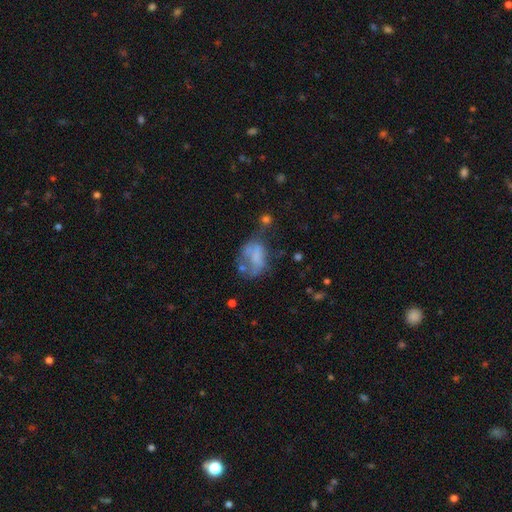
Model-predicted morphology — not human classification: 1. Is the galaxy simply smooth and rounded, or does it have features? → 45% smooth, 42% featured or disk, 14% star or artifact.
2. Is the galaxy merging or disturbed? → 35% major disturbance, 26% none, 22% minor disturbance, 17% merger.